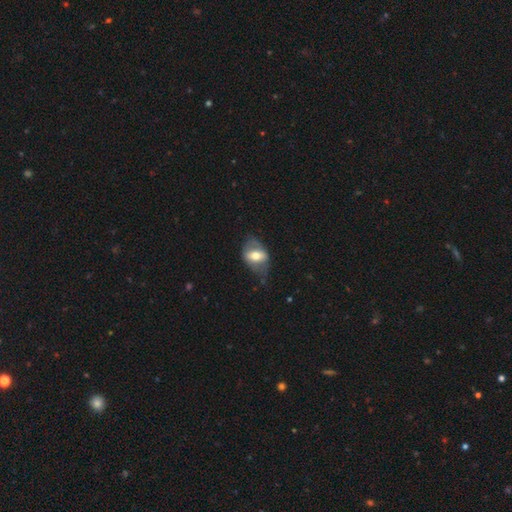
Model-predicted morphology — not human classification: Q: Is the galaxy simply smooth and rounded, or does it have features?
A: smooth — 47%, tied with featured or disk.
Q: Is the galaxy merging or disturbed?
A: none — 50%.